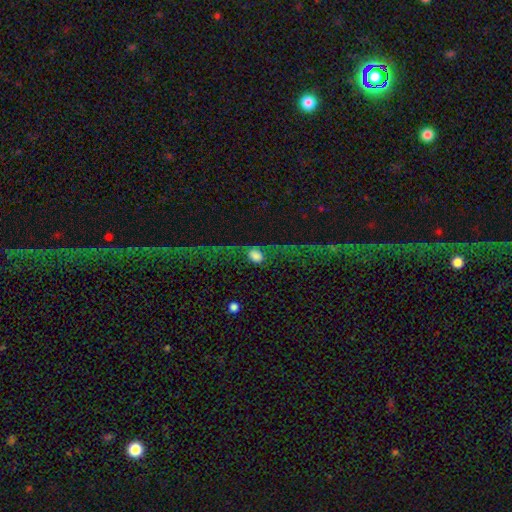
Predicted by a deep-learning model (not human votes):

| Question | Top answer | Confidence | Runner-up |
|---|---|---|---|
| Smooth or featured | smooth | 44% | featured or disk (42%) |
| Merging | none | 39% | major disturbance (37%) |